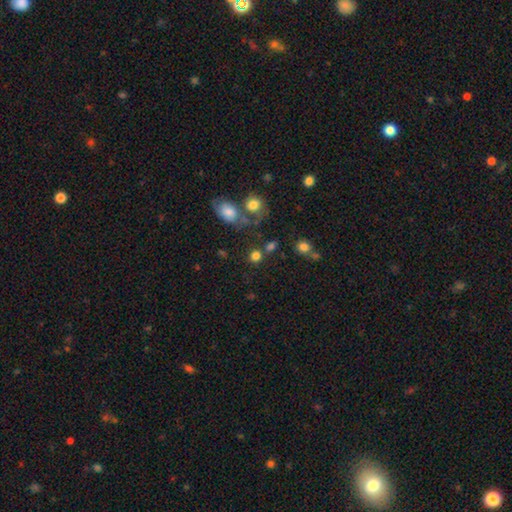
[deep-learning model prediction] Q: Smooth or featured?
A: smooth (80%); runner-up: star or artifact (14%)
Q: How rounded?
A: round (80%); runner-up: in between (19%)
Q: Merging?
A: none (67%); runner-up: merger (17%)